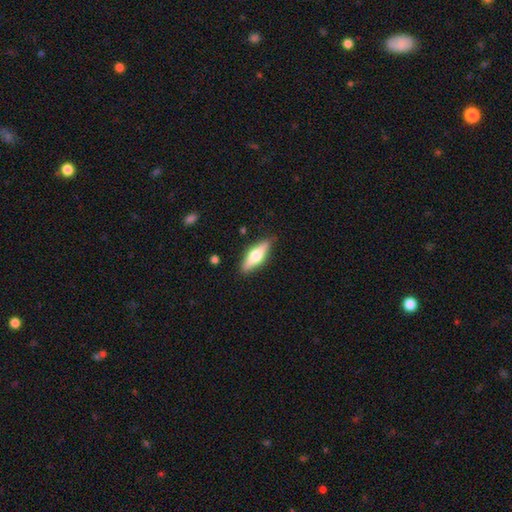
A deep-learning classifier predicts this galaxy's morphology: A featured or disk galaxy (48%). Merging: none (86%).